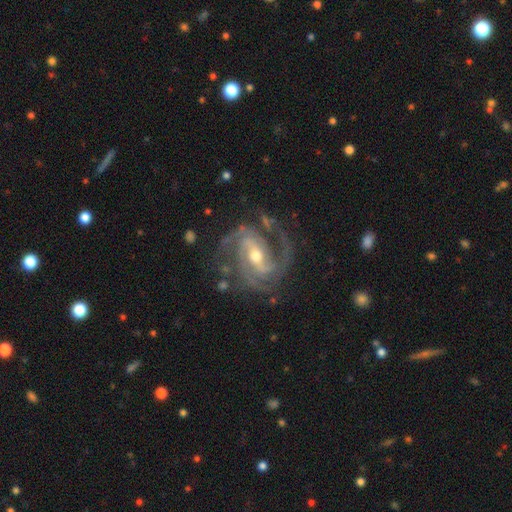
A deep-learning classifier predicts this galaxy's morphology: Smooth or featured? Predicted: featured or disk (p=0.93). Edge-on disk? Predicted: no (p=0.98). Bar? Predicted: strong (p=0.46). Spiral arms? Predicted: yes (p=0.98). Spiral winding? Predicted: medium (p=0.50). Spiral arm count? Predicted: 2 (p=0.47). Bulge size? Predicted: moderate (p=0.55). Merging? Predicted: none (p=0.71).